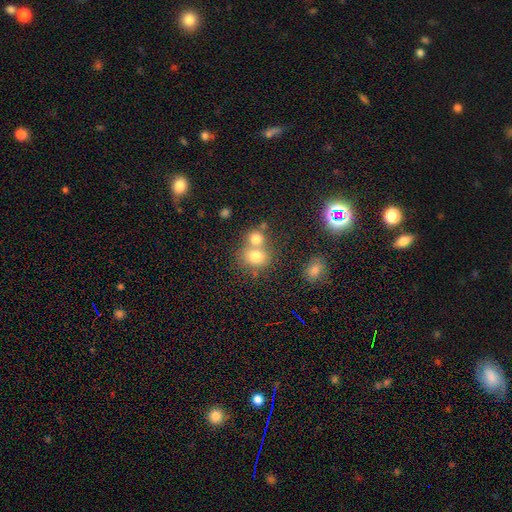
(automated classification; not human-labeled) Morphology: type=smooth (74%); roundness=round (76%); merging=merger (51%).